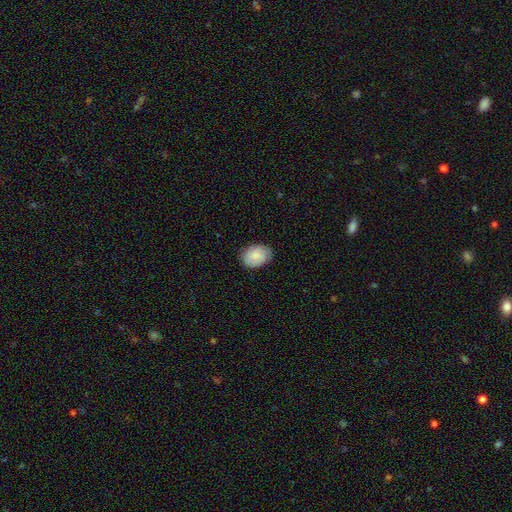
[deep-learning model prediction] This is clearly a smooth galaxy (81%). How rounded: likely in between (71%). Merging: clearly none (83%).